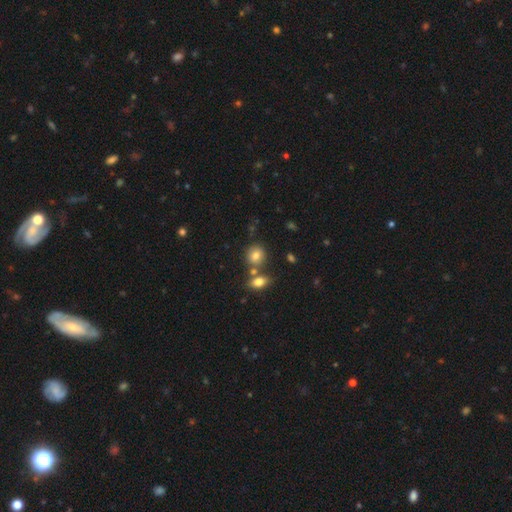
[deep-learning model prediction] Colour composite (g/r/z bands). It shows a smooth galaxy with no disk features (79%) that is round (72%). Merging: none (66%).